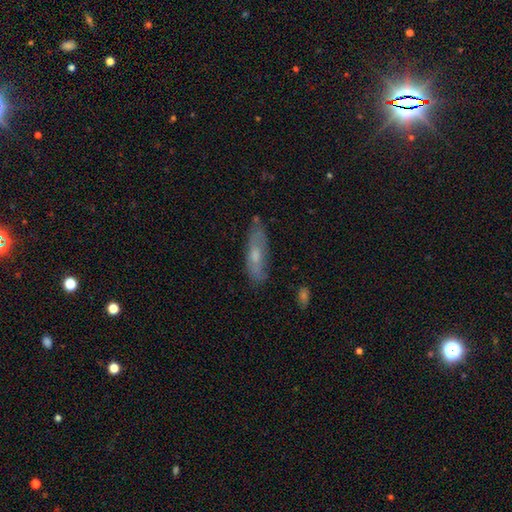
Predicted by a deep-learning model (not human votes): Smooth or featured: smooth — 52% (featured or disk — 40%)
How rounded: cigar-shaped — 56% (in between — 42%)
Merging: none — 74% (minor disturbance — 20%)